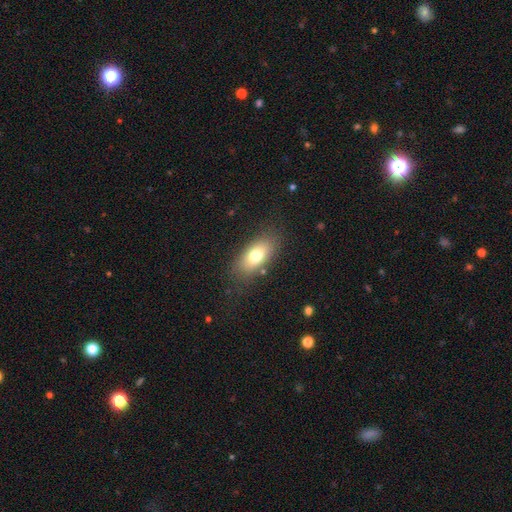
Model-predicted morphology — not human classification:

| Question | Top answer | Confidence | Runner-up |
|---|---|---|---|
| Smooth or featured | smooth | 73% | featured or disk (18%) |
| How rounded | in between | 85% | cigar-shaped (9%) |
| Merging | none | 80% | minor disturbance (13%) |